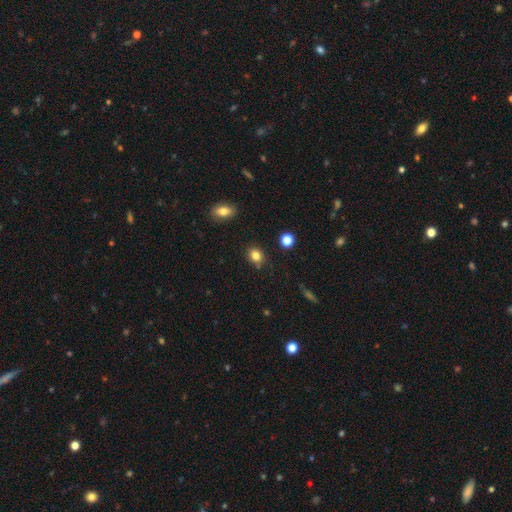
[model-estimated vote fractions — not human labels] A smooth galaxy with no disk features (83%) that is round (53%).

Vote fractions:
- Smooth or featured? smooth: 83% / star or artifact: 12% / featured or disk: 6%
- How rounded? round: 53% / in between: 46% / cigar-shaped: 1%
- Merging? none: 81% / minor disturbance: 12% / merger: 4% / major disturbance: 3%